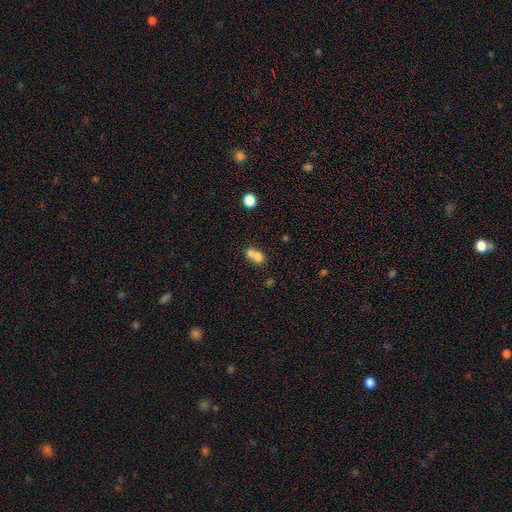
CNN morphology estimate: smooth_or_featured: smooth (p=0.70) [alt: featured or disk p=0.18]
how_rounded: round (p=0.59) [alt: in between p=0.39]
merging: merger (p=0.65) [alt: none p=0.25]